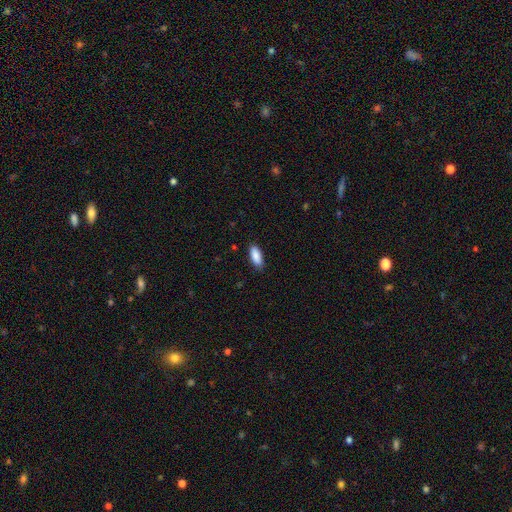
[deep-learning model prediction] This is clearly a smooth galaxy (89%). How rounded: likely in between (80%). Merging: clearly none (86%).